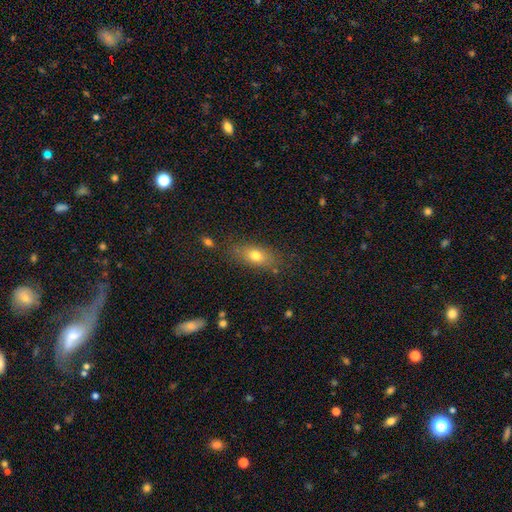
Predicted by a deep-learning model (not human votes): Smooth or featured? smooth (73%)
How rounded? in between (73%)
Merging? none (78%)